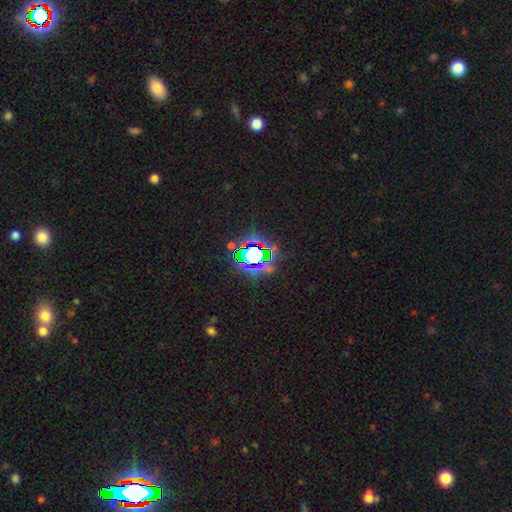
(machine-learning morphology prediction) smooth-or-featured: star or artifact: 76% | smooth: 14% | featured or disk: 10%